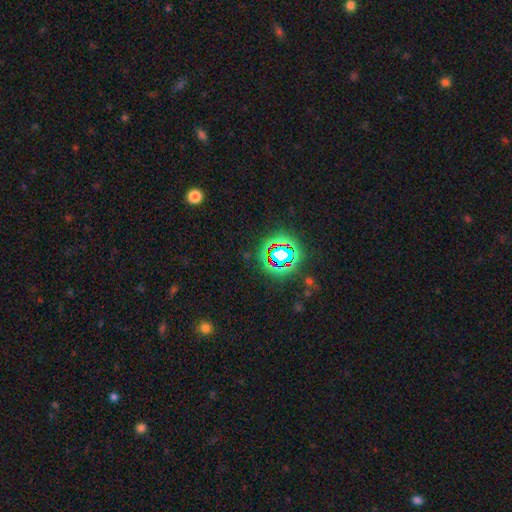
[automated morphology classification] This is likely a star or artifact rather than a galaxy (73%).